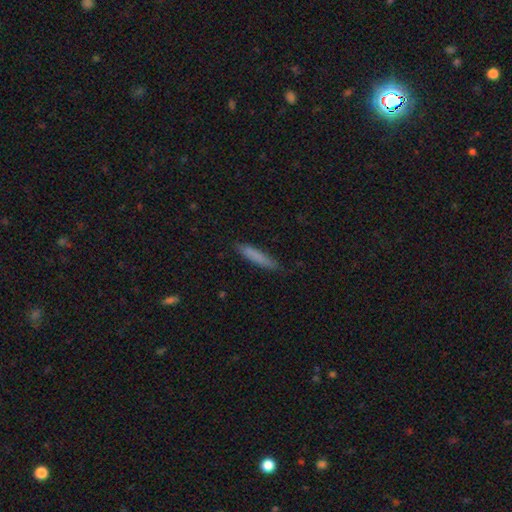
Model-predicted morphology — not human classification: Overall: smooth (80%). How rounded: cigar-shaped (89%). Merging: none (83%).